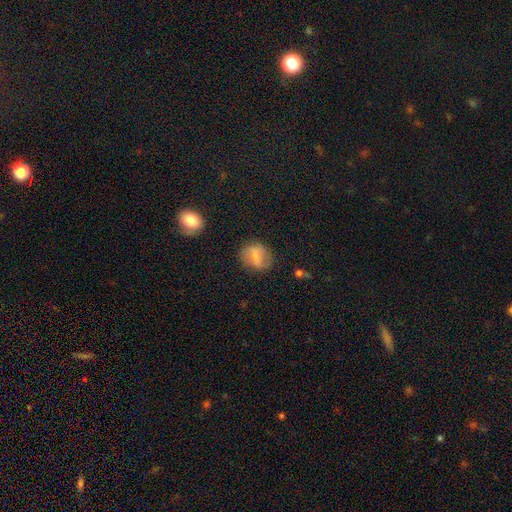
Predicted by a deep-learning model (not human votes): smooth_or_featured: smooth (p=0.54) [alt: featured or disk p=0.37]
how_rounded: round (p=0.61) [alt: in between p=0.37]
merging: none (p=0.75) [alt: minor disturbance p=0.17]